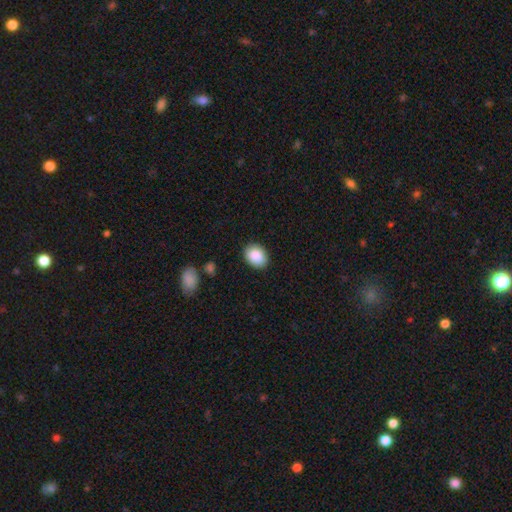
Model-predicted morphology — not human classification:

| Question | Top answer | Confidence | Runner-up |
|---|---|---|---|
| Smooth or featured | smooth | 89% | star or artifact (7%) |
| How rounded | in between | 65% | round (34%) |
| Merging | none | 87% | minor disturbance (9%) |